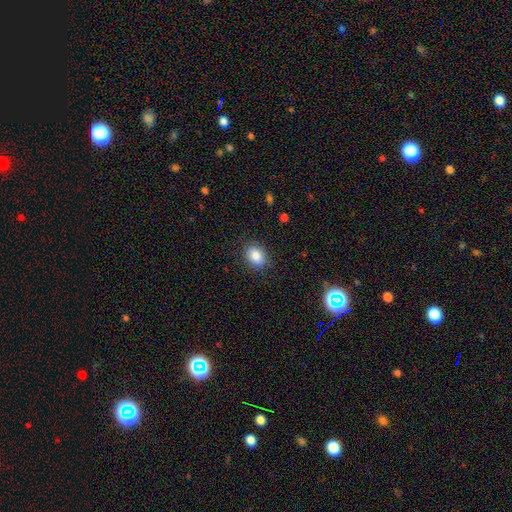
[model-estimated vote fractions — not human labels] smooth 86%, star or artifact 9%, featured or disk 6%. Down the decision tree: how rounded — in between (64%); merging — none (84%).